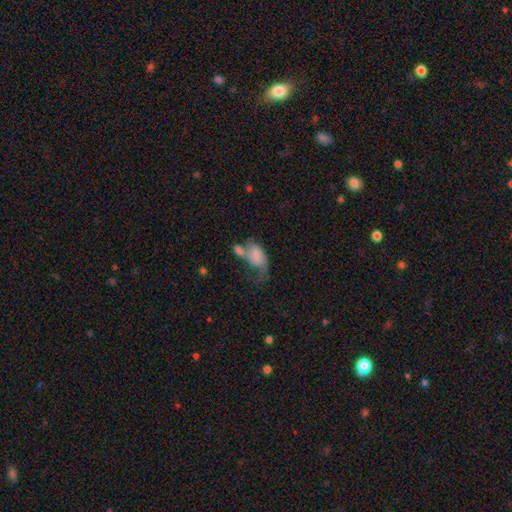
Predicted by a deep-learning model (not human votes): A smooth galaxy with no disk features (50%) that is in between round and cigar-shaped (88%).

Vote fractions:
- Smooth or featured? smooth: 50% / featured or disk: 41% / star or artifact: 8%
- How rounded? in between: 88% / round: 10% / cigar-shaped: 2%
- Merging? merger: 43% / major disturbance: 25% / none: 17% / minor disturbance: 15%